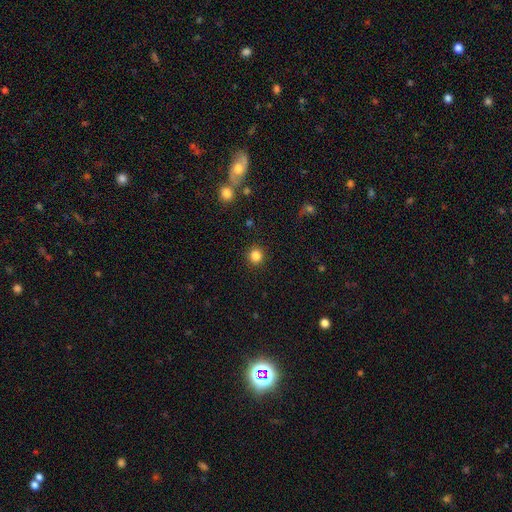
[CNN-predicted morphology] smooth_or_featured: smooth (p=0.84) [alt: star or artifact p=0.12]
how_rounded: round (p=0.92) [alt: in between p=0.07]
merging: none (p=0.92) [alt: minor disturbance p=0.05]